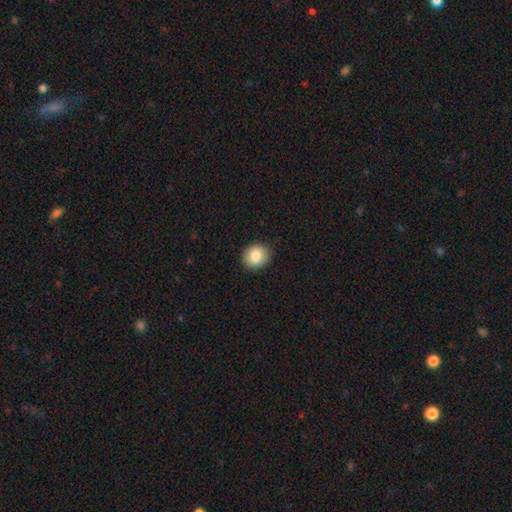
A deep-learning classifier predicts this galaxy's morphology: This is clearly a smooth galaxy (86%). How rounded: likely round (77%). Merging: clearly none (90%).